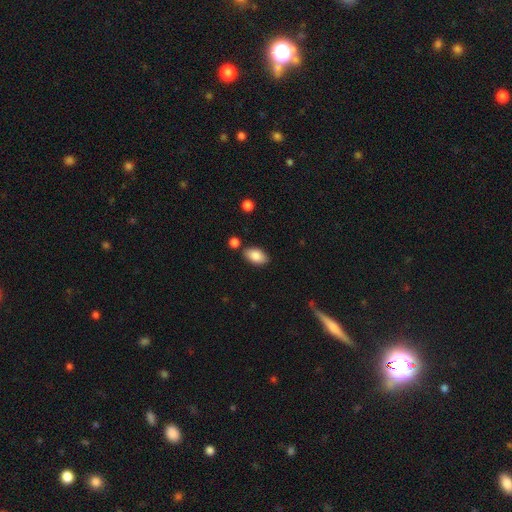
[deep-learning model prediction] smooth 86%, star or artifact 7%, featured or disk 7%. Down the decision tree: how rounded — in between (93%); merging — none (79%).